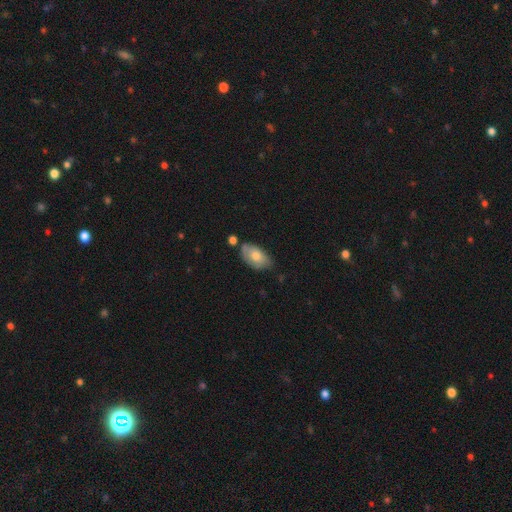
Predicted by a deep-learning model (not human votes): Morphology: type=smooth (69%); roundness=in between (93%); merging=none (60%).